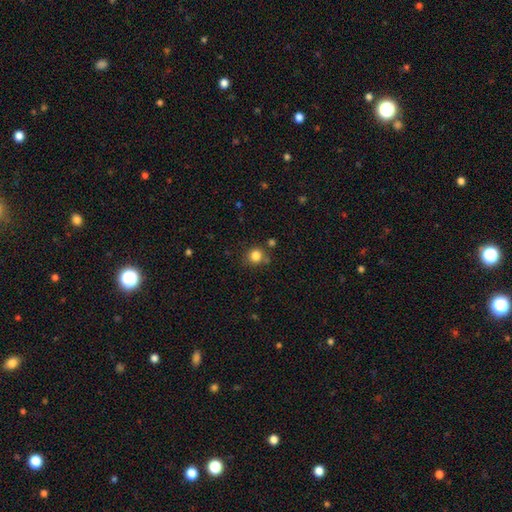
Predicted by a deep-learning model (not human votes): A smooth galaxy with no disk features (83%) that is round (87%).

Vote fractions:
- Smooth or featured? smooth: 83% / star or artifact: 12% / featured or disk: 5%
- How rounded? round: 87% / in between: 12% / cigar-shaped: 1%
- Merging? none: 76% / minor disturbance: 12% / merger: 8% / major disturbance: 4%